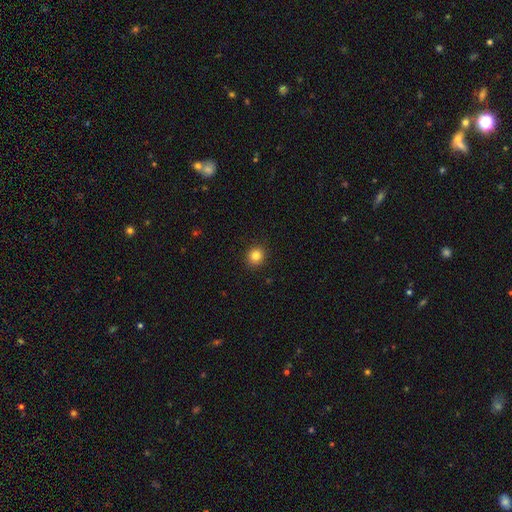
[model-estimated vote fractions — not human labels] A smooth galaxy with no disk features (83%) that is round (88%). Merging: none (92%).